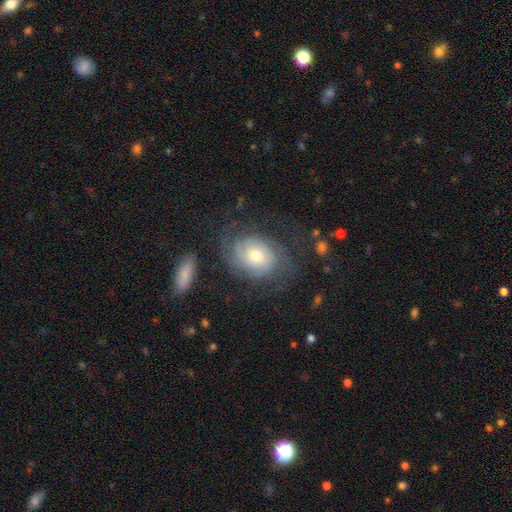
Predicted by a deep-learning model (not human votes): featured or disk 71%, smooth 21%, star or artifact 8%. Down the decision tree: edge-on disk — no (96%); bar — no (76%); spiral arms — yes (89%); spiral arm count — can't tell (41%); spiral winding — tight (58%); bulge size — moderate (50%); merging — none (64%).